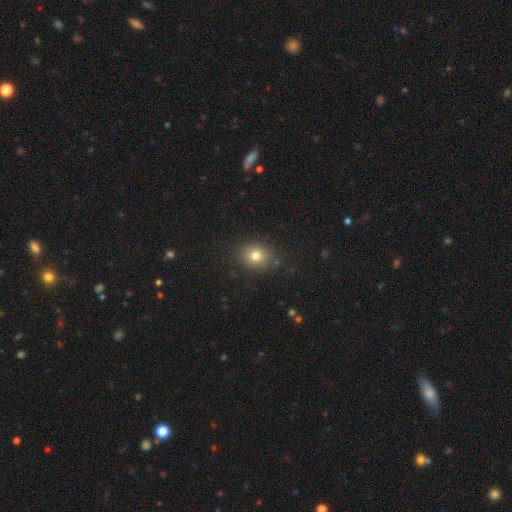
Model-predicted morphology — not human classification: This appears to be a smooth galaxy with no disk features (78%) that is round (68%). Merging: none (86%).